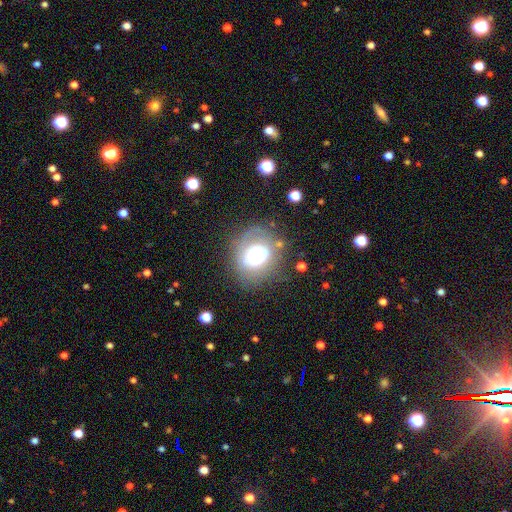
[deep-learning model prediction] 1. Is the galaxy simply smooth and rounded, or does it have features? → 56% smooth, 31% featured or disk, 13% star or artifact.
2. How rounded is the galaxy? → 69% round, 30% in between, 1% cigar-shaped.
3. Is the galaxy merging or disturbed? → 59% none, 22% minor disturbance, 15% major disturbance, 4% merger.